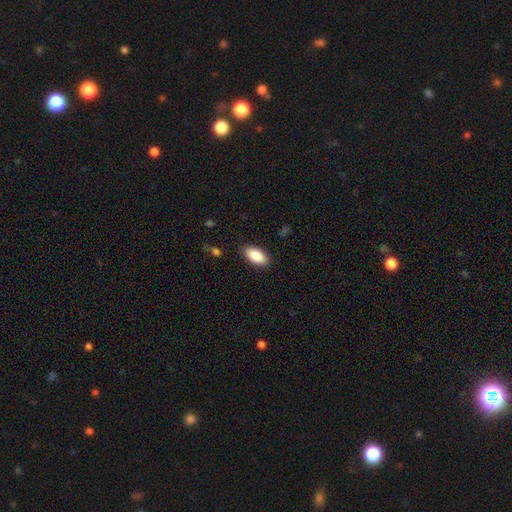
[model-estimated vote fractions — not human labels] Smooth or featured? smooth (85%)
How rounded? in between (93%)
Merging? none (89%)